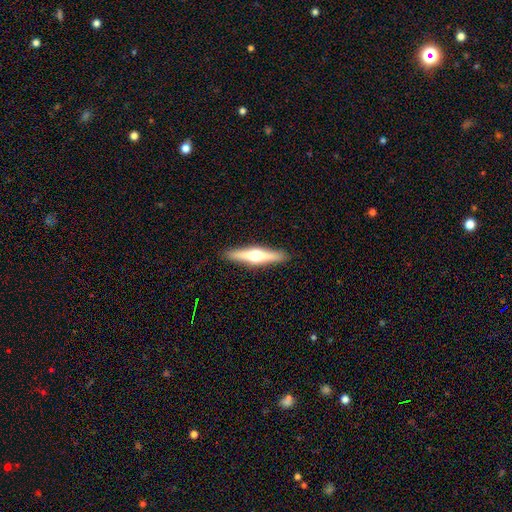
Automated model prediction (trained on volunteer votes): Smooth or featured? featured or disk (64%)
Edge-on disk? yes (97%)
Edge-on bulge? rounded (94%)
Merging? none (91%)